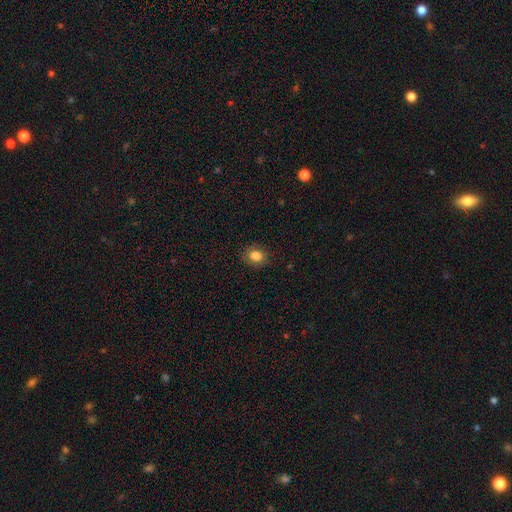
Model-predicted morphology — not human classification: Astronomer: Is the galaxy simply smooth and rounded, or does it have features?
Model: smooth — 83%.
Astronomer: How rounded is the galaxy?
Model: round — 62%.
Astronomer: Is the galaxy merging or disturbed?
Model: none — 86%.